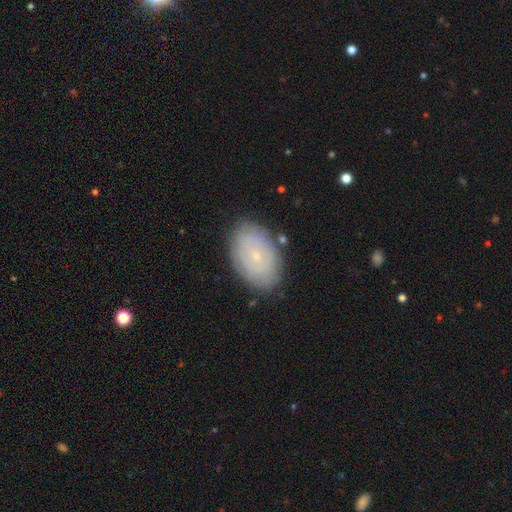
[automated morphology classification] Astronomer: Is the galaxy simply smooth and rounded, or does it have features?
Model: featured or disk — 49% (runner-up: smooth, 43%).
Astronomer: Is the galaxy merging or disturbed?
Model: none — 83%.